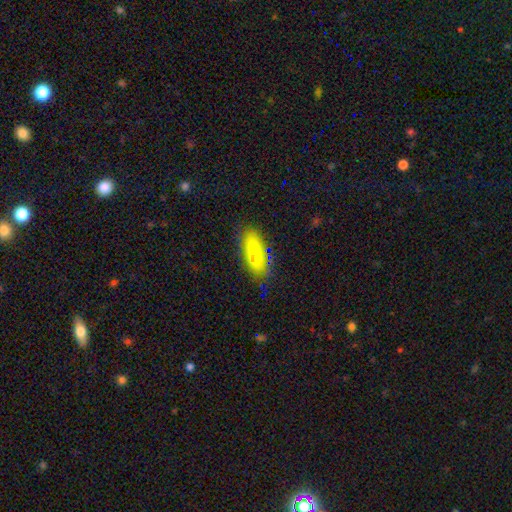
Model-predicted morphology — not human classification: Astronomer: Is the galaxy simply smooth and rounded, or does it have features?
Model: smooth — 69%.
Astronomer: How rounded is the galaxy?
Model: in between — 56% (runner-up: cigar-shaped, 41%).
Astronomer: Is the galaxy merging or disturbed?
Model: none — 83%.